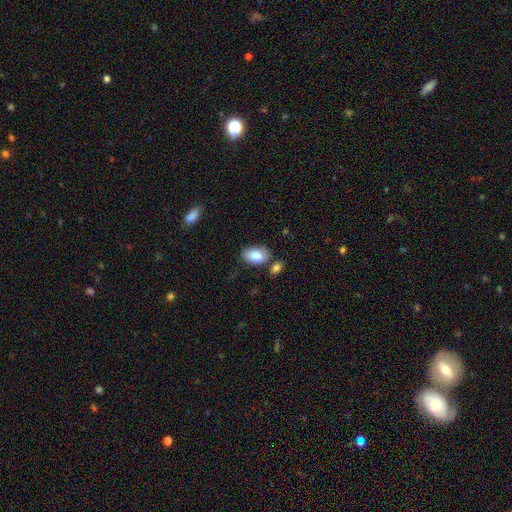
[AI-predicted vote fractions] smooth_or_featured: smooth (p=0.85) [alt: featured or disk p=0.09]
how_rounded: in between (p=0.91) [alt: round p=0.08]
merging: none (p=0.67) [alt: minor disturbance p=0.18]